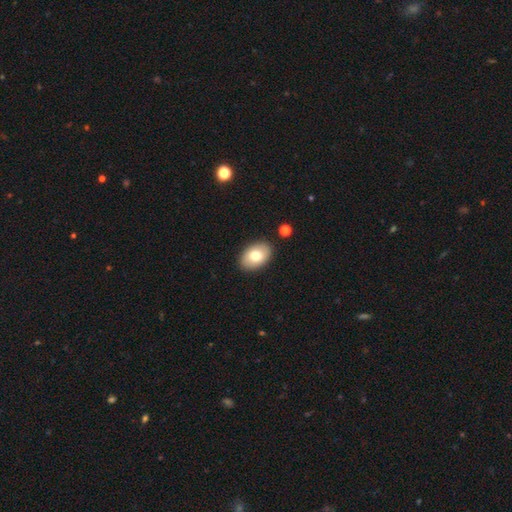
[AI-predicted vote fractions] Morphology: type=smooth (77%); roundness=in between (87%); merging=none (88%).